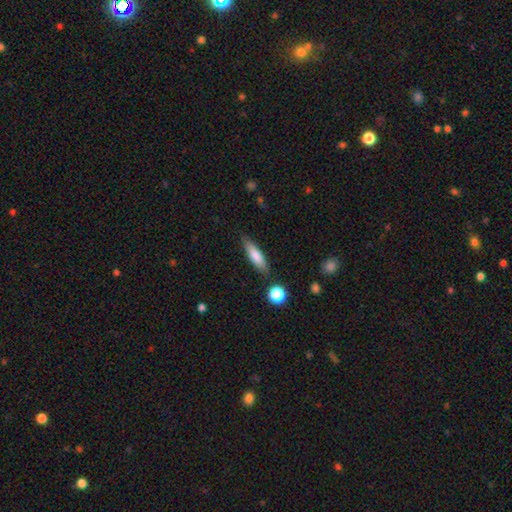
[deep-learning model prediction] This is likely a smooth galaxy (75%). How rounded: likely cigar-shaped (65%). Merging: clearly none (82%).